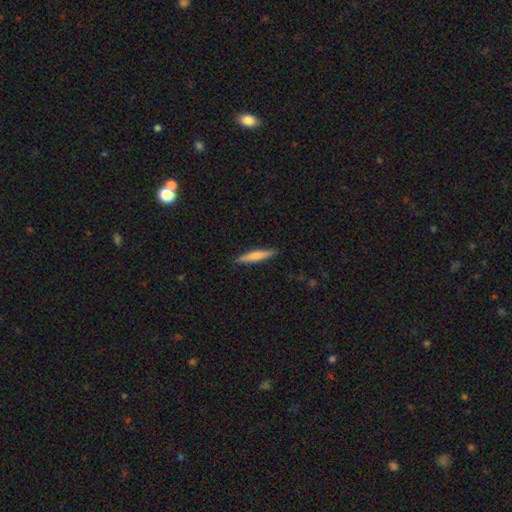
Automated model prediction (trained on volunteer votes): The model was most divided on "smooth or featured": smooth: 70%, featured or disk: 25%, star or artifact: 5%. More confident: how rounded — cigar-shaped (91%); merging — none (90%).